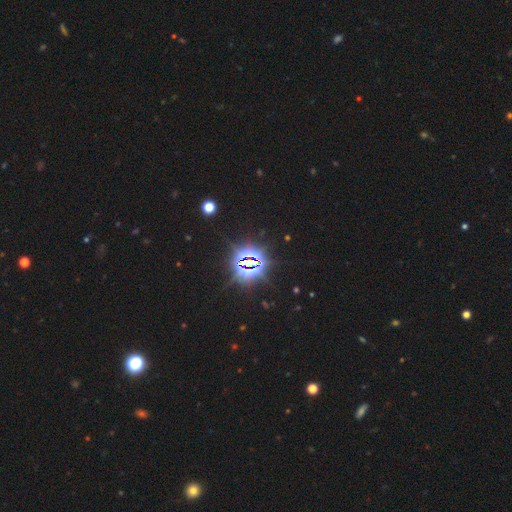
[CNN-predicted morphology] Smooth or featured? Predicted: star or artifact (p=0.84).